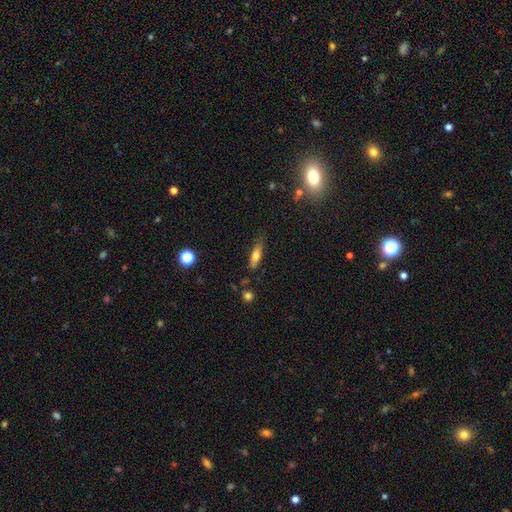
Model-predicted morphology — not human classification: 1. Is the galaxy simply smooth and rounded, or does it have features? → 68% smooth, 24% featured or disk, 8% star or artifact.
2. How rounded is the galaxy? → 56% cigar-shaped, 41% in between, 3% round.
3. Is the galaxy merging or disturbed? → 69% none, 23% minor disturbance, 6% major disturbance, 3% merger.